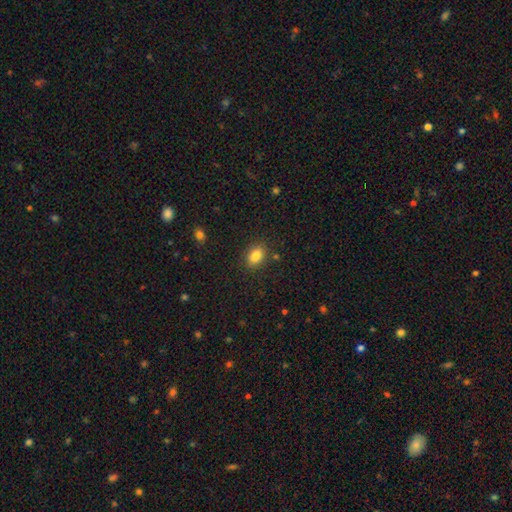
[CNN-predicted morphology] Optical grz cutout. It shows a smooth galaxy with no disk features (84%) that is in between round and cigar-shaped (80%). Merging: none (85%).